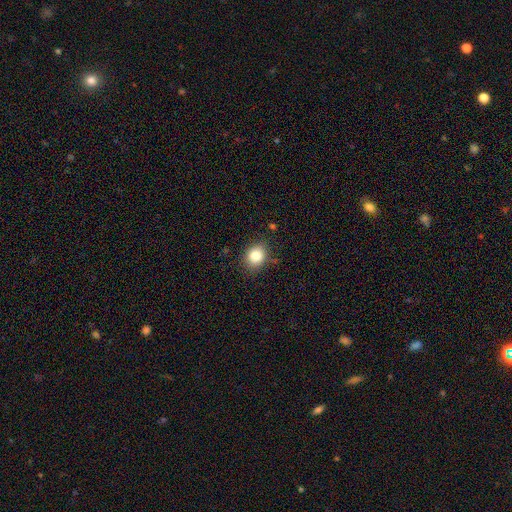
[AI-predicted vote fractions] A smooth galaxy with no disk features (84%) that is round (56%). Merging: none (82%).